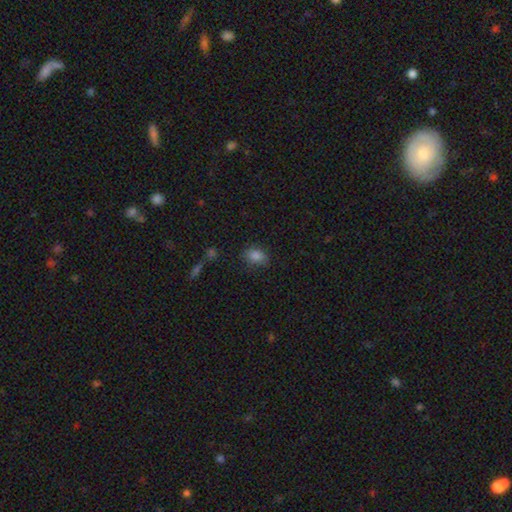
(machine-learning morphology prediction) smooth-or-featured: smooth: 82% | star or artifact: 12% | featured or disk: 6%
  how-rounded: in between: 72% | round: 26% | cigar-shaped: 2%
  merging: none: 79% | minor disturbance: 15% | major disturbance: 4% | merger: 2%